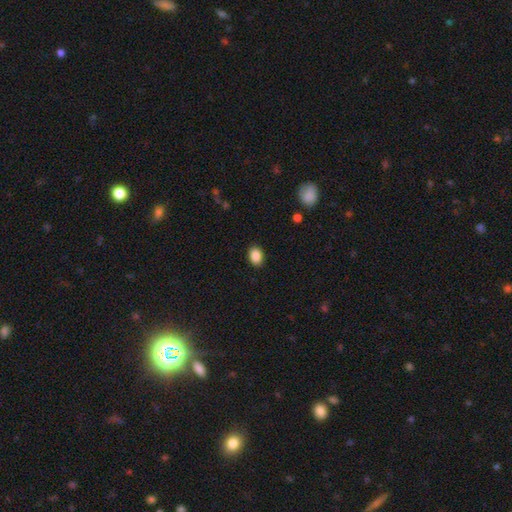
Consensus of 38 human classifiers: Overall: smooth (97%). How rounded: in between (73%). Merging: none (95%).